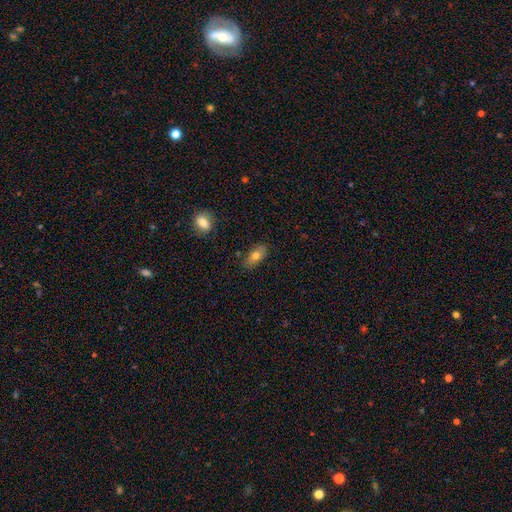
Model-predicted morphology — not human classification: smooth_or_featured: smooth (p=0.75) [alt: featured or disk p=0.18]
how_rounded: in between (p=0.87) [alt: cigar-shaped p=0.08]
merging: none (p=0.82) [alt: minor disturbance p=0.13]